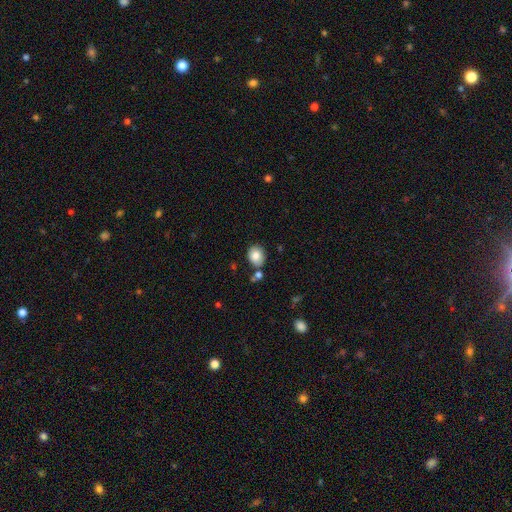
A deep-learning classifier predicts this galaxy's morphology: The model was most divided on "how rounded": round: 53%, in between: 46%, cigar-shaped: 1%. More confident: smooth or featured — smooth (81%); merging — none (74%).